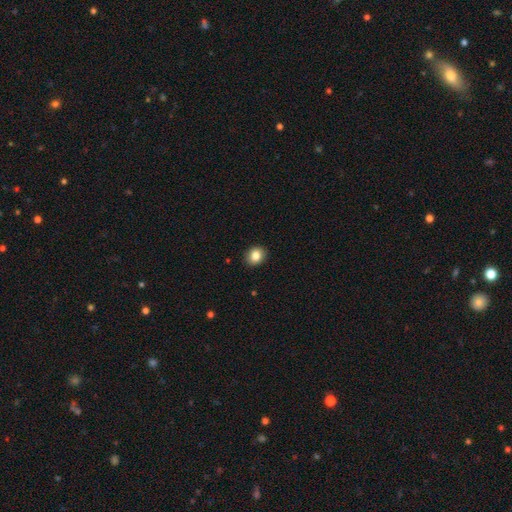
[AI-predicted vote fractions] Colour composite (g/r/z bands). It shows a smooth galaxy with no disk features (85%) that is round (66%). Merging: none (91%).